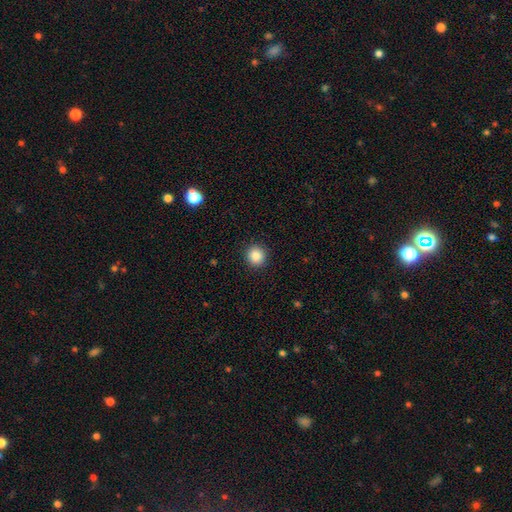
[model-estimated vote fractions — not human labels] smooth 87%, star or artifact 10%, featured or disk 3%. Down the decision tree: how rounded — round (92%); merging — none (91%).